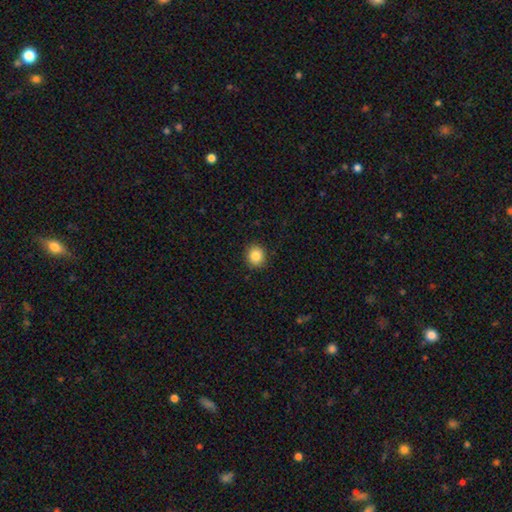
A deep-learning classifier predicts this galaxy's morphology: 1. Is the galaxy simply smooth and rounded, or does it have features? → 85% smooth, 9% star or artifact, 5% featured or disk.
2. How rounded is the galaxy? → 85% round, 14% in between, 1% cigar-shaped.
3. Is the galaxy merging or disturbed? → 91% none, 6% minor disturbance, 2% major disturbance, 1% merger.